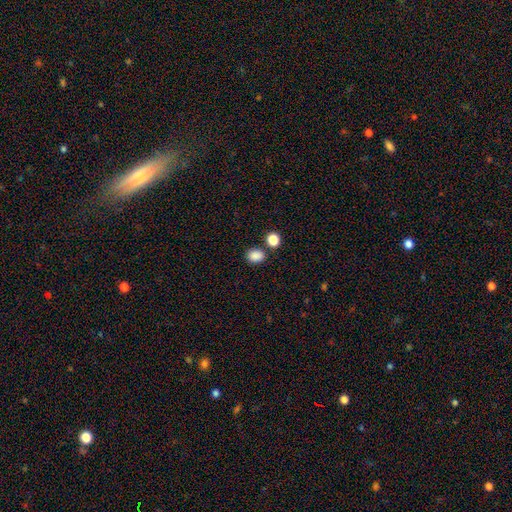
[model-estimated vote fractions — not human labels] smooth_or_featured: smooth (p=0.86) [alt: star or artifact p=0.11]
how_rounded: in between (p=0.53) [alt: round p=0.46]
merging: none (p=0.78) [alt: minor disturbance p=0.10]